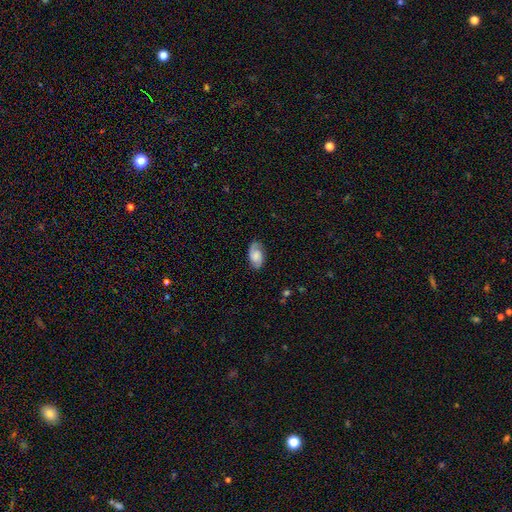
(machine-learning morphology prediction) The model was most divided on "bulge size": moderate: 31%, small: 27%, none: 21%, large: 18%, dominant: 3%. More confident: edge-on disk — no (95%); spiral arms — yes (91%); merging — none (82%); bar — no (62%); smooth or featured — featured or disk (54%).